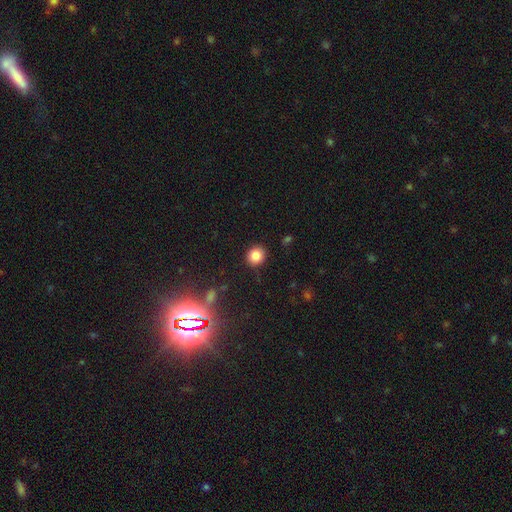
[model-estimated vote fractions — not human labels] The model was most divided on "how rounded": round: 82%, in between: 17%, cigar-shaped: 1%. More confident: merging — none (89%); smooth or featured — smooth (84%).